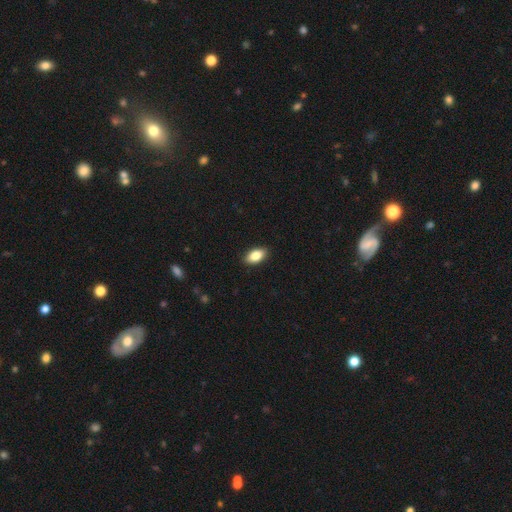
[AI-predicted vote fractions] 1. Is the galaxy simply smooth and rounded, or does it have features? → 85% smooth, 8% featured or disk, 7% star or artifact.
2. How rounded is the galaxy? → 91% in between, 4% cigar-shaped, 4% round.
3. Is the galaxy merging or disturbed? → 90% none, 8% minor disturbance, 2% major disturbance, 1% merger.